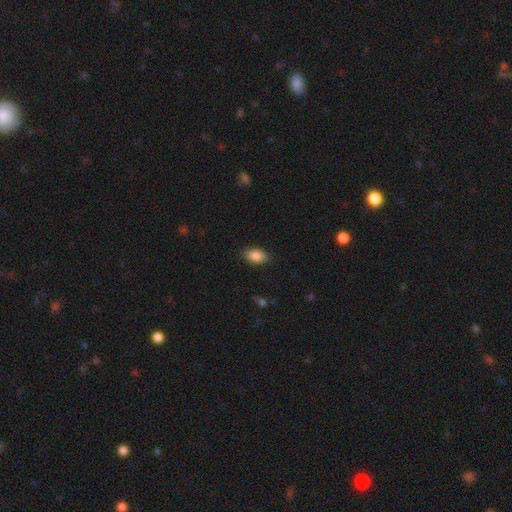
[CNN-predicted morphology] smooth-or-featured: smooth: 87% | star or artifact: 8% | featured or disk: 5%
  how-rounded: in between: 89% | round: 9% | cigar-shaped: 2%
  merging: none: 85% | minor disturbance: 11% | major disturbance: 3% | merger: 1%